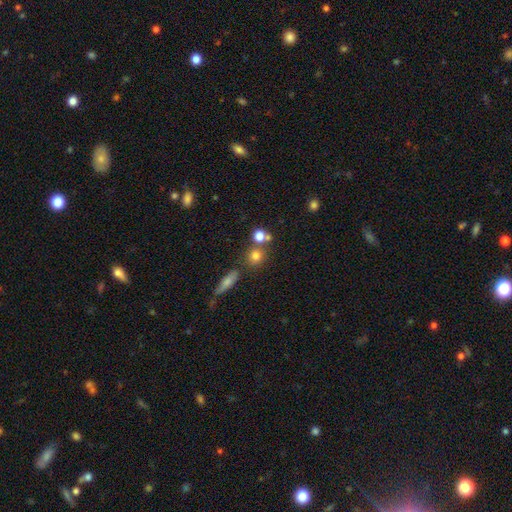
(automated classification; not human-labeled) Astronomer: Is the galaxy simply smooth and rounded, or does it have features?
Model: smooth — 75%.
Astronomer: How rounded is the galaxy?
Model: round — 85%.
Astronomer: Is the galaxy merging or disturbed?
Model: none — 63%.